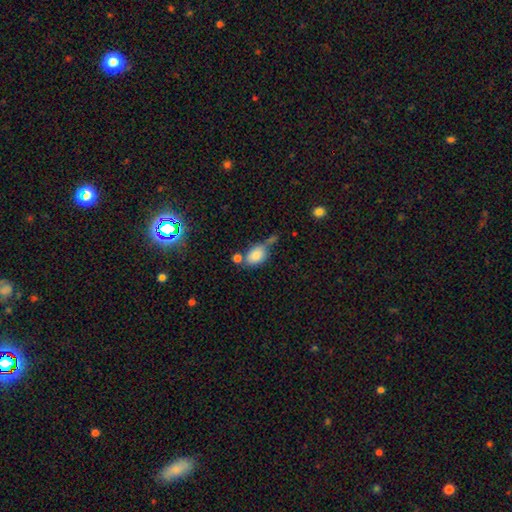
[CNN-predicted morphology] This is clearly a smooth galaxy (82%). How rounded: clearly in between (82%). Merging: marginally none (38%).